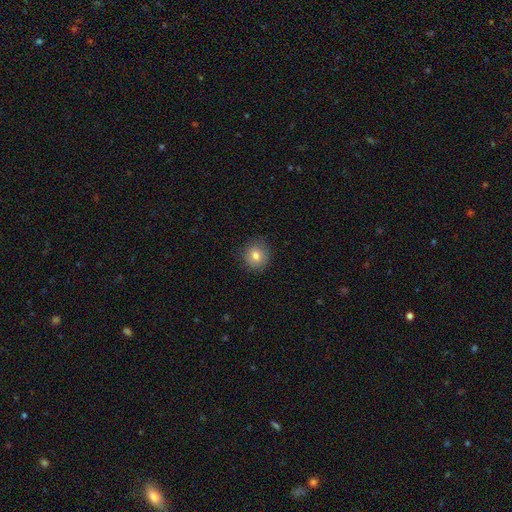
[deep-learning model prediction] A smooth galaxy with no disk features (79%) that is round (88%). Merging: none (87%).